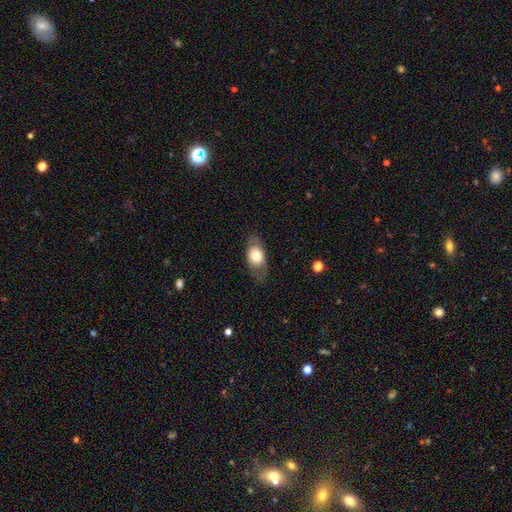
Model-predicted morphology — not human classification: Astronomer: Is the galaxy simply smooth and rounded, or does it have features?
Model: smooth — 59% (runner-up: featured or disk, 35%).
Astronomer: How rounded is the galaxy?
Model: in between — 75%.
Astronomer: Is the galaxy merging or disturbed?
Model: none — 76%.